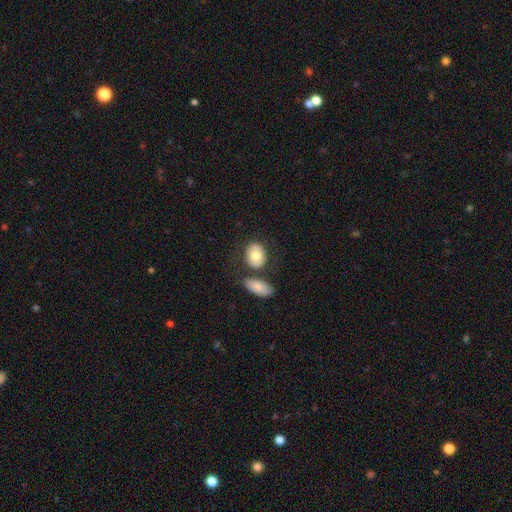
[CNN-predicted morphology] A smooth galaxy with no disk features (76%) that is in between round and cigar-shaped (63%).

Vote fractions:
- Smooth or featured? smooth: 76% / featured or disk: 18% / star or artifact: 6%
- How rounded? in between: 63% / round: 35% / cigar-shaped: 2%
- Merging? none: 63% / merger: 20% / minor disturbance: 13% / major disturbance: 5%